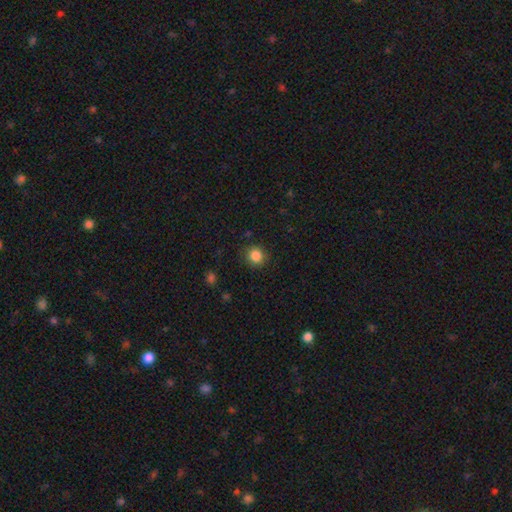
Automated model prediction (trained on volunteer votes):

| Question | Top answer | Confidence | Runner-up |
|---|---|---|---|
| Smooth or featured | smooth | 85% | star or artifact (11%) |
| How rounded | round | 89% | in between (11%) |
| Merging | none | 87% | minor disturbance (9%) |